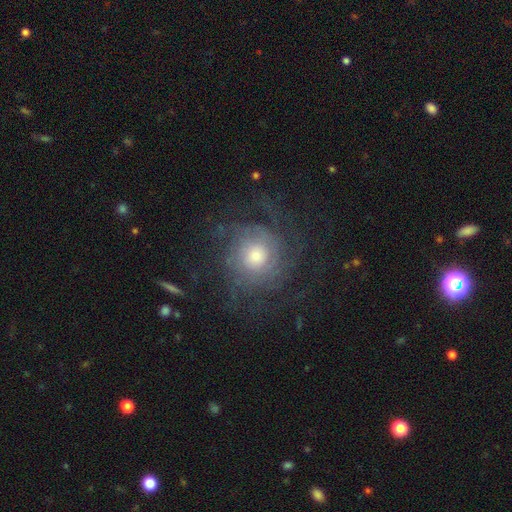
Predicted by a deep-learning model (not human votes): Morphology: type=featured or disk (74%); edge-on=no (97%); bar=no (81%); spiral arms=yes (91%); winding=tight (59%); arm count=can't tell (44%); bulge=moderate (52%); merging=none (71%).